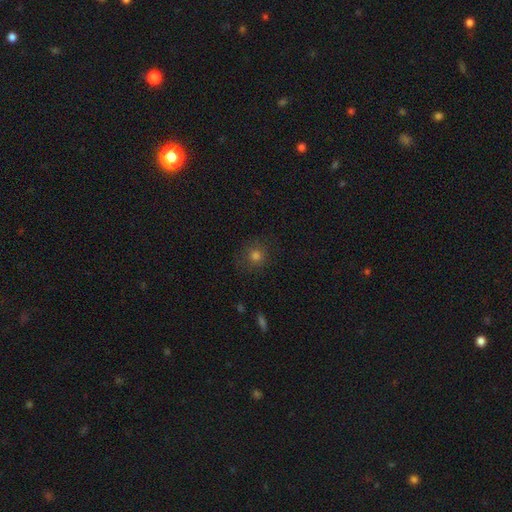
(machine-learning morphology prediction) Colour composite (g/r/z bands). It shows a smooth galaxy with no disk features (77%) that is round (89%). Merging: none (83%).